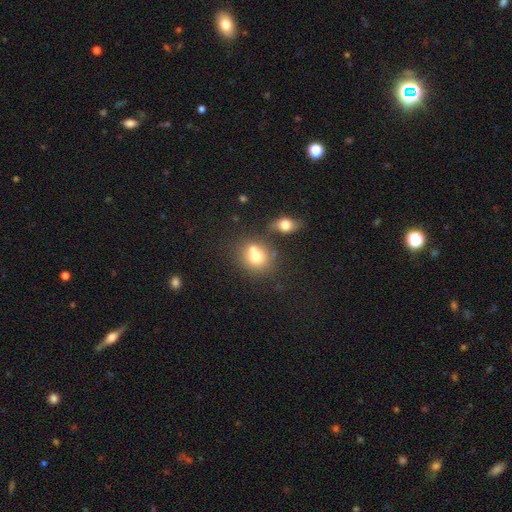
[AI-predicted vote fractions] Smooth or featured: smooth — 72% (featured or disk — 17%)
How rounded: round — 67% (in between — 32%)
Merging: none — 42% (tied with merger — 42%)